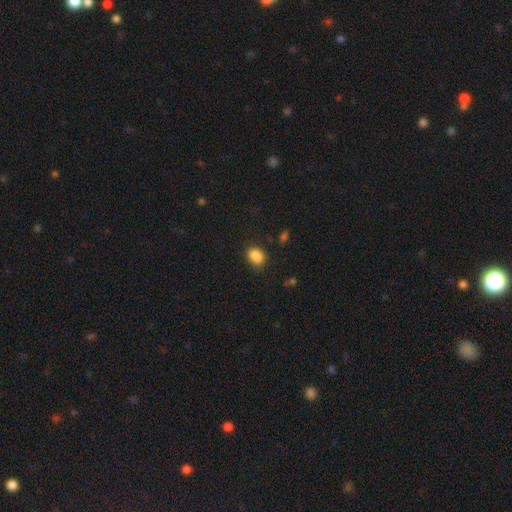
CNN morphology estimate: Overall: smooth (86%). How rounded: in between (71%). Merging: none (75%).